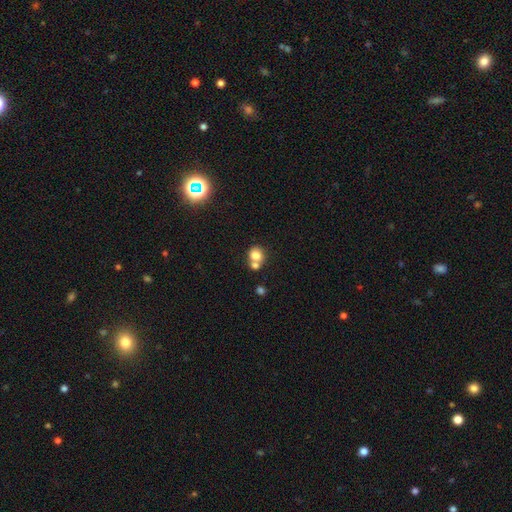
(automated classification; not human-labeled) Morphology: type=smooth (76%); roundness=round (75%); merging=merger (49%).